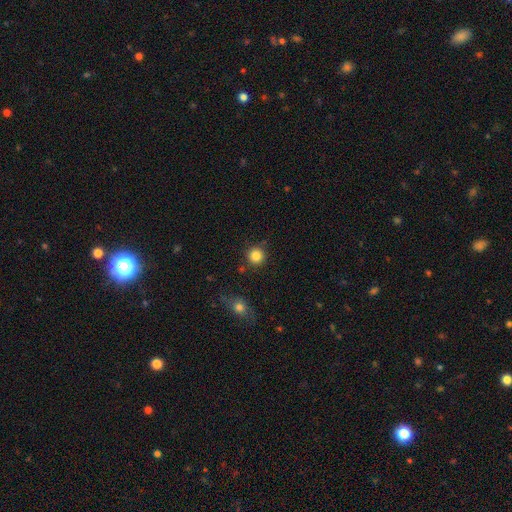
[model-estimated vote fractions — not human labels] Smooth or featured? Predicted: smooth (p=0.85). How rounded? Predicted: round (p=0.94). Merging? Predicted: none (p=0.85).